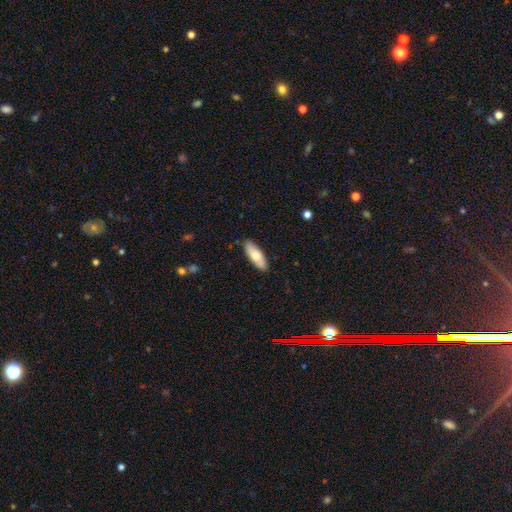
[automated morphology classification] A smooth galaxy with no disk features (70%) that is in between round and cigar-shaped (69%). Merging: none (87%).